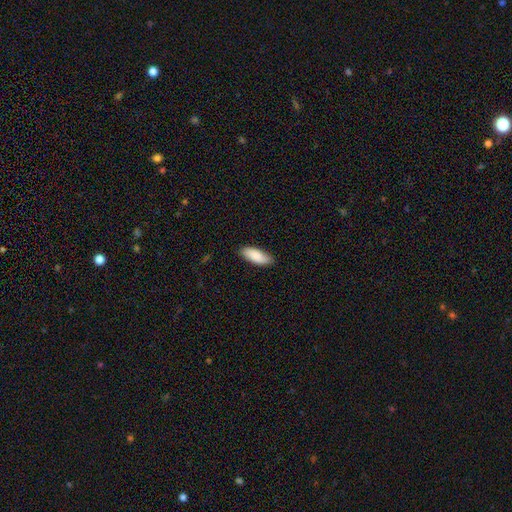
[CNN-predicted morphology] A smooth galaxy with no disk features (86%) that is in between round and cigar-shaped (75%). Merging: none (85%).